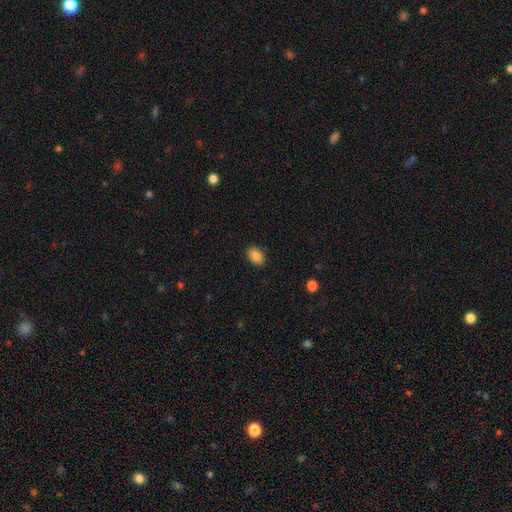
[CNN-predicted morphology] Smooth or featured? smooth (87%)
How rounded? in between (84%)
Merging? none (88%)